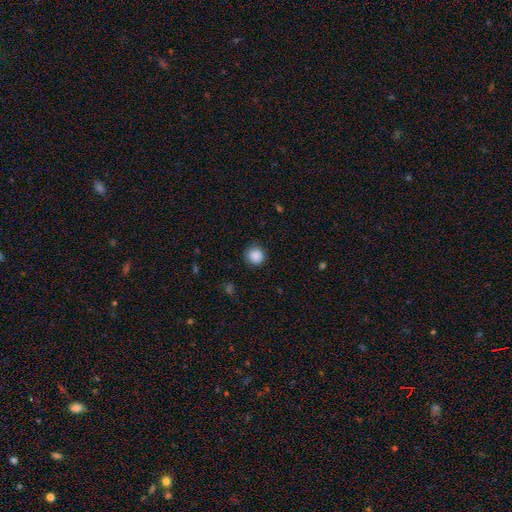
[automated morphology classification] smooth-or-featured: smooth: 88% | star or artifact: 9% | featured or disk: 3%
  how-rounded: round: 92% | in between: 7% | cigar-shaped: 1%
  merging: none: 89% | minor disturbance: 8% | major disturbance: 2% | merger: 1%